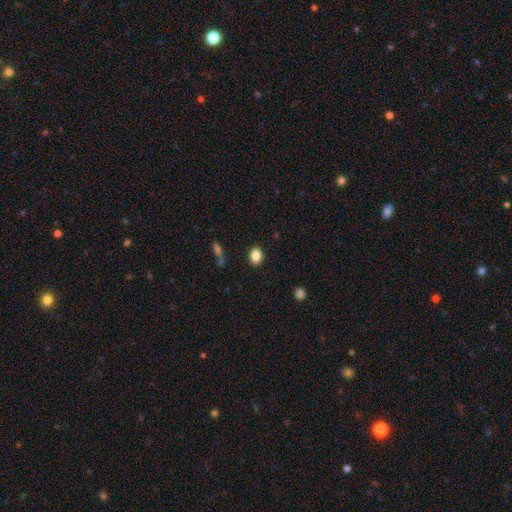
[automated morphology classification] This appears to be a smooth galaxy with no disk features (86%) that is in between round and cigar-shaped (58%). Merging: none (88%).